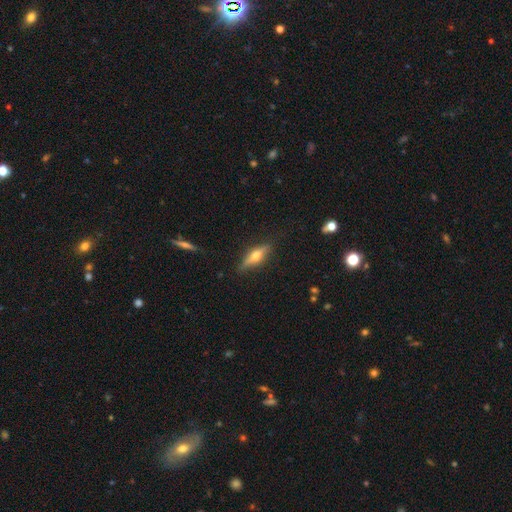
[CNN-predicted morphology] Q: Smooth or featured?
A: featured or disk (61%); runner-up: smooth (32%)
Q: Edge-on disk?
A: yes (95%); runner-up: no (5%)
Q: Edge-on bulge?
A: rounded (94%); runner-up: boxy (3%)
Q: Merging?
A: none (85%); runner-up: minor disturbance (11%)